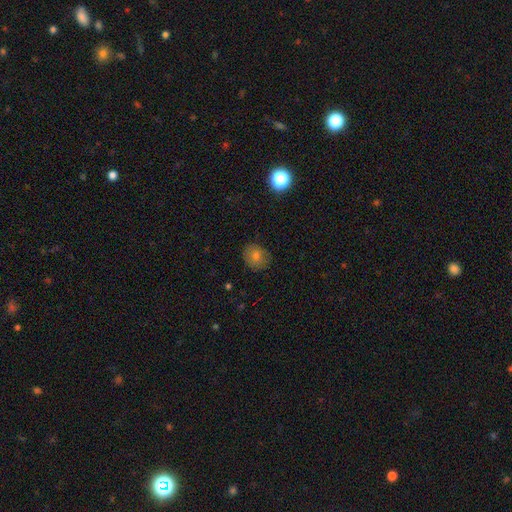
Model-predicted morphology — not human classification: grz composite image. It shows a smooth galaxy with no disk features (72%) that is round (73%). Merging: none (83%).